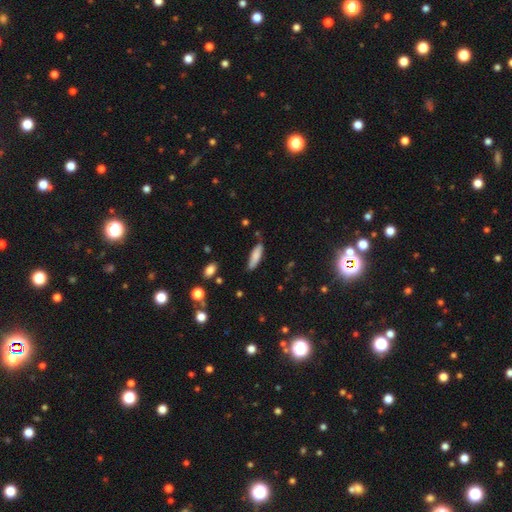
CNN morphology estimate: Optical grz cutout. It shows a smooth galaxy with no disk features (81%) that is cigar-shaped (57%). Merging: none (77%).